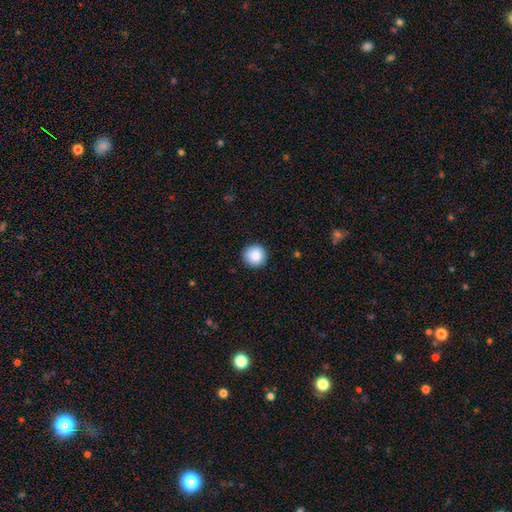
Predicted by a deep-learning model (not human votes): Smooth or featured? Predicted: smooth (p=0.87). How rounded? Predicted: round (p=0.95). Merging? Predicted: none (p=0.91).